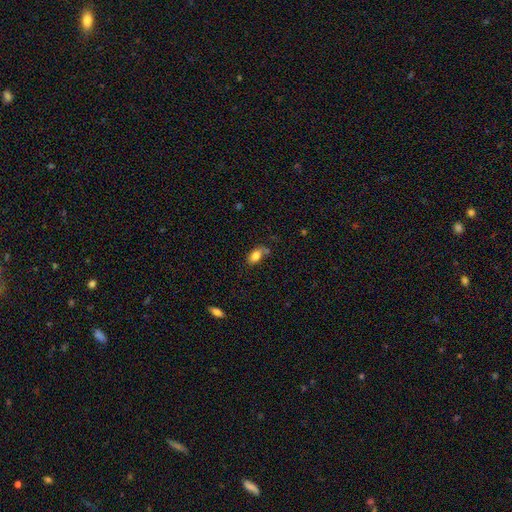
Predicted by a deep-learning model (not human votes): Smooth or featured? smooth (82%)
How rounded? in between (88%)
Merging? none (61%)